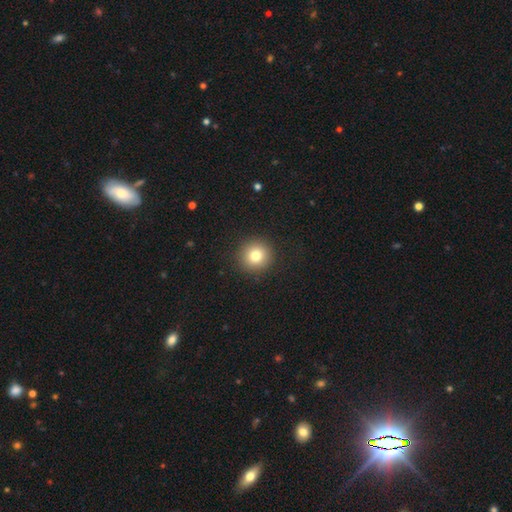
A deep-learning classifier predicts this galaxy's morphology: type=smooth (80%); roundness=round (94%); merging=none (92%).